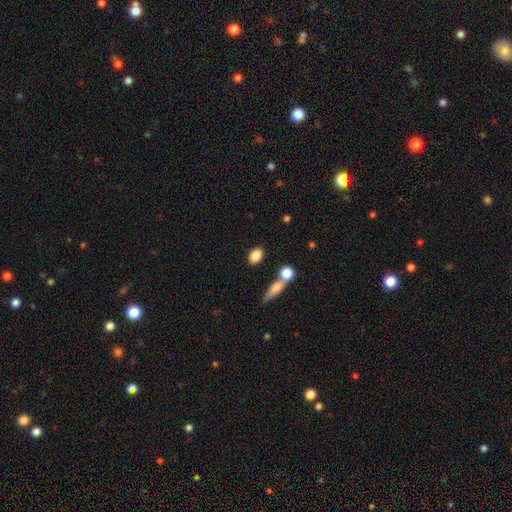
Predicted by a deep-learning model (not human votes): The model was most divided on "how rounded": in between: 73%, round: 24%, cigar-shaped: 3%. More confident: smooth or featured — smooth (84%); merging — none (77%).